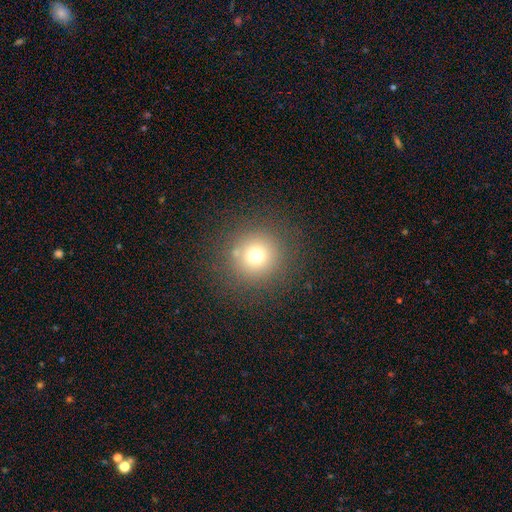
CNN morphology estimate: smooth 71%, star or artifact 18%, featured or disk 11%. Down the decision tree: how rounded — round (95%); merging — none (86%).